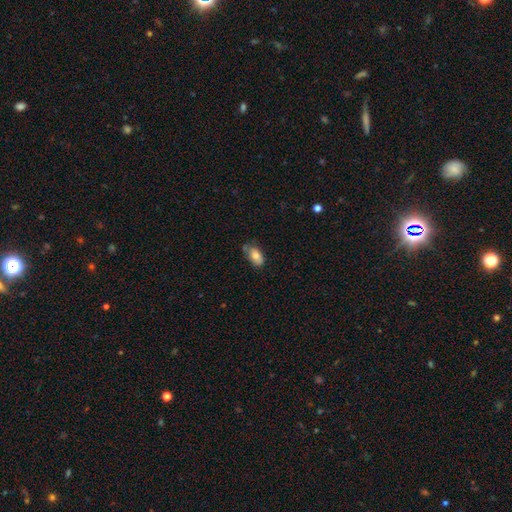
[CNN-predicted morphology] smooth 78%, featured or disk 14%, star or artifact 8%. Down the decision tree: how rounded — in between (92%); merging — none (60%).